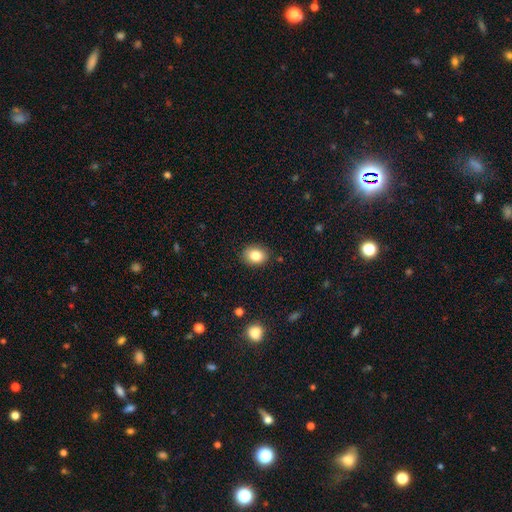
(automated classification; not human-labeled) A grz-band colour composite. It shows a smooth galaxy with no disk features (85%) that is in between round and cigar-shaped (56%). Merging: none (87%).